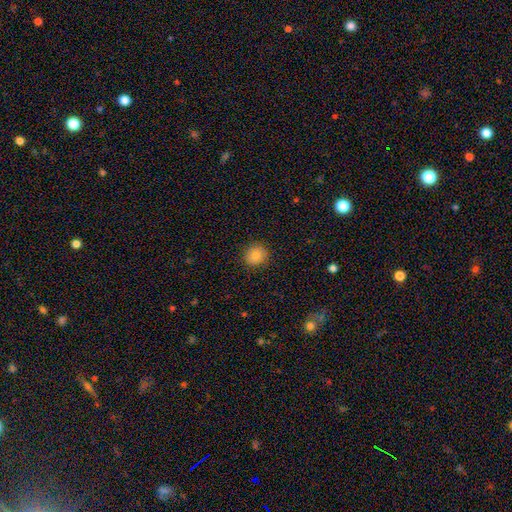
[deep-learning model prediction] This appears to be a smooth galaxy with no disk features (85%) that is round (90%). Merging: none (88%).